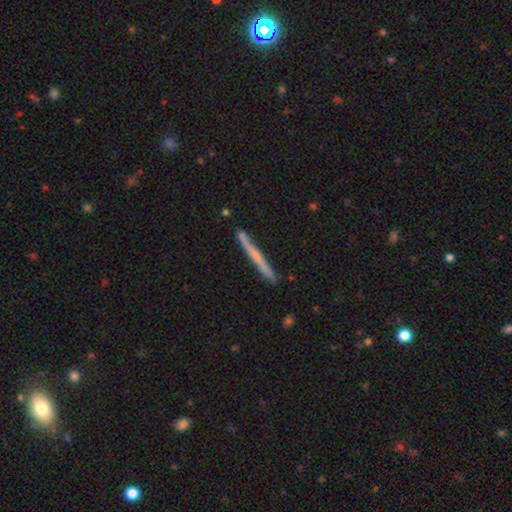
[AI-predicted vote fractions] Smooth or featured? Predicted: featured or disk (p=0.55). Edge-on disk? Predicted: yes (p=0.97). Edge-on bulge? Predicted: none (p=0.61). Merging? Predicted: none (p=0.87).